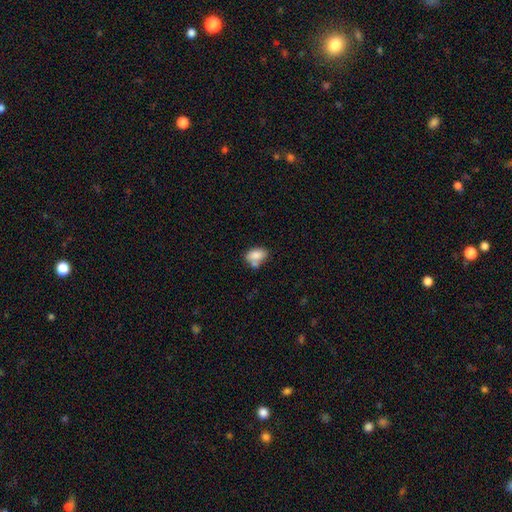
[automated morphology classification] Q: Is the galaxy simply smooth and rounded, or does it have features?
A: smooth — 82%.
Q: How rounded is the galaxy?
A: in between — 87%.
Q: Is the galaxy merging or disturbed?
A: none — 46%.